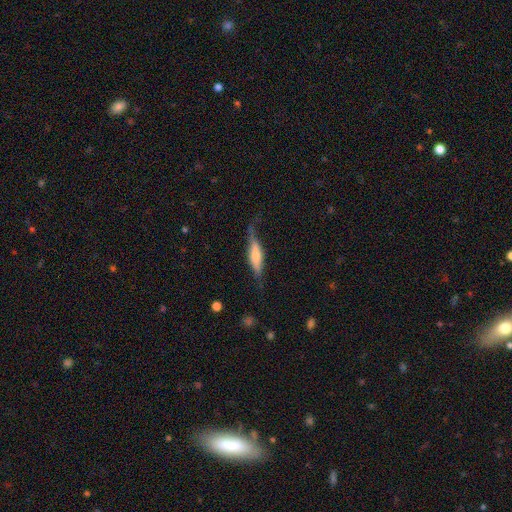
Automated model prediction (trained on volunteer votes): Overall: featured or disk (50%; smooth 44%). Edge-on disk: yes (82%). Merging: none (59%; minor disturbance 27%).